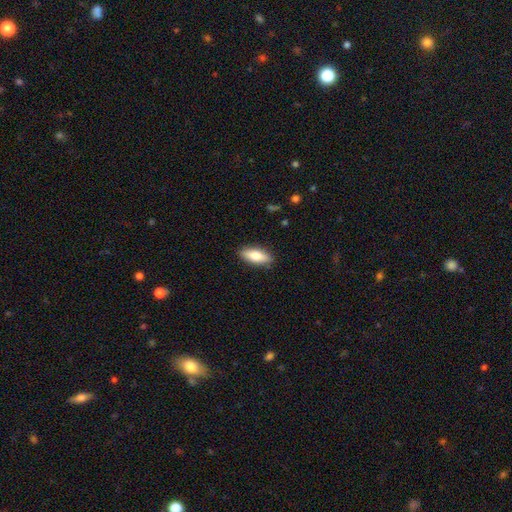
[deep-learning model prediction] A smooth galaxy with no disk features (75%) that is in between round and cigar-shaped (73%).

Vote fractions:
- Smooth or featured? smooth: 75% / featured or disk: 19% / star or artifact: 6%
- How rounded? in between: 73% / cigar-shaped: 25% / round: 2%
- Merging? none: 88% / minor disturbance: 9% / major disturbance: 2% / merger: 1%